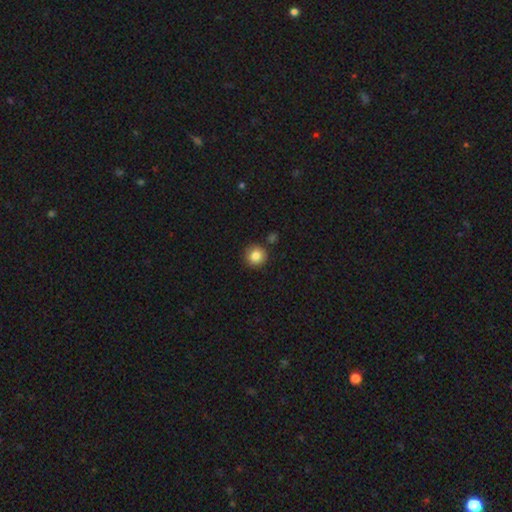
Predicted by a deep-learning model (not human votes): This appears to be a smooth galaxy with no disk features (85%) that is round (92%). Merging: none (86%).